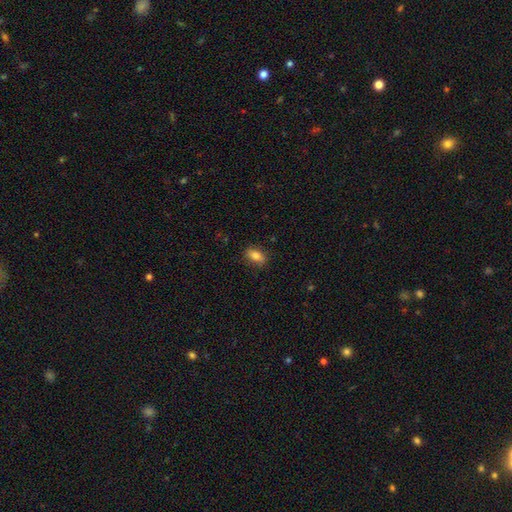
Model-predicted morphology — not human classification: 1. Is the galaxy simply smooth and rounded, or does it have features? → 79% smooth, 12% featured or disk, 8% star or artifact.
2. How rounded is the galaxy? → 85% in between, 8% round, 6% cigar-shaped.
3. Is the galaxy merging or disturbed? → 83% none, 13% minor disturbance, 3% major disturbance, 1% merger.